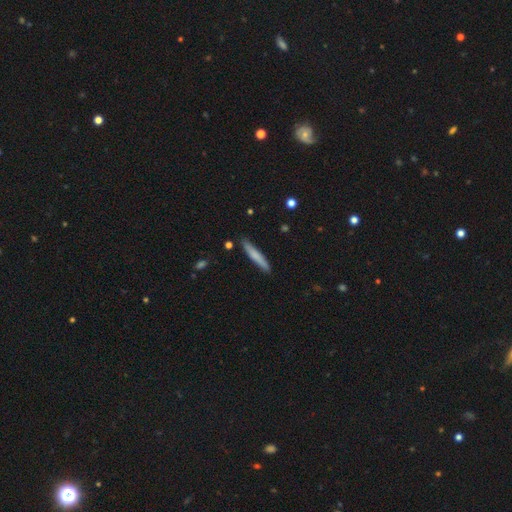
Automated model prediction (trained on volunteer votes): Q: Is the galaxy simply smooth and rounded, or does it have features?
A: smooth — 72%.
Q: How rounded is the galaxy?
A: cigar-shaped — 94%.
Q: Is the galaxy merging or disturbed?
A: none — 87%.